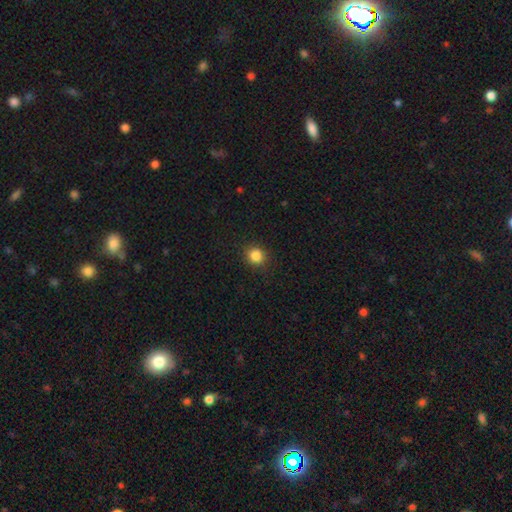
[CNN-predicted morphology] smooth-or-featured: smooth: 85% | star or artifact: 11% | featured or disk: 4%
  how-rounded: round: 86% | in between: 13% | cigar-shaped: 1%
  merging: none: 90% | minor disturbance: 7% | major disturbance: 2% | merger: 1%